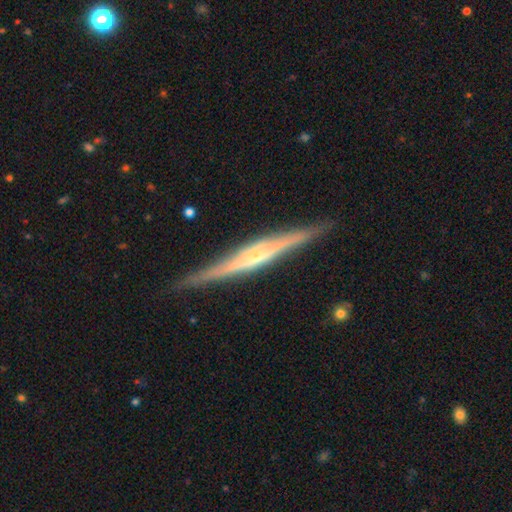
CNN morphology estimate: smooth_or_featured: featured or disk (p=0.83) [alt: smooth p=0.12]
disk_edge_on: yes (p=0.98) [alt: no p=0.02]
edge_on_bulge: rounded (p=0.65) [alt: none p=0.18]
merging: none (p=0.89) [alt: minor disturbance p=0.08]